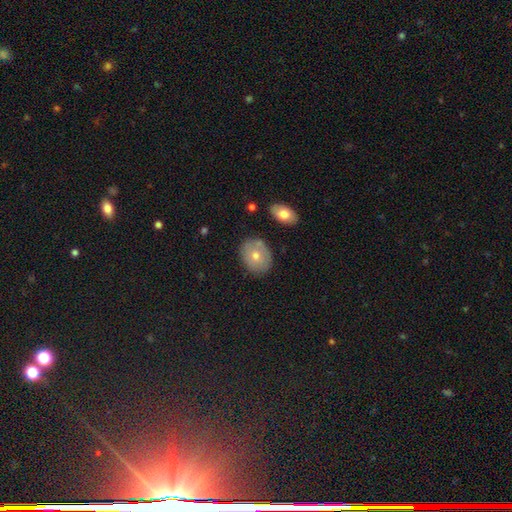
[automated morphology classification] type=smooth (64%); roundness=in between (59%); merging=none (79%).